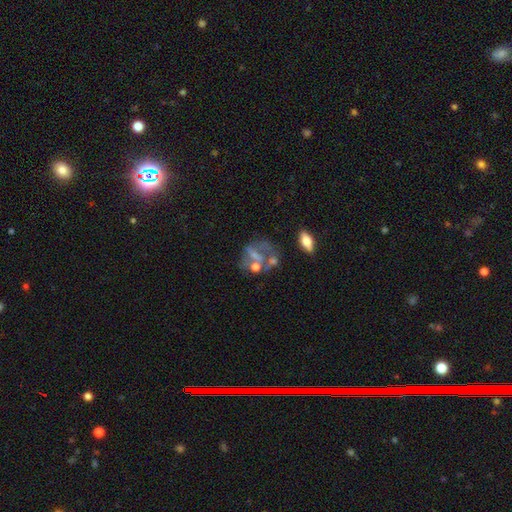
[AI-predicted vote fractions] Morphology: type=featured or disk (53%); edge-on=no (96%); bar=no (63%); spiral arms=no (77%); bulge=none (38%); merging=none (32%).